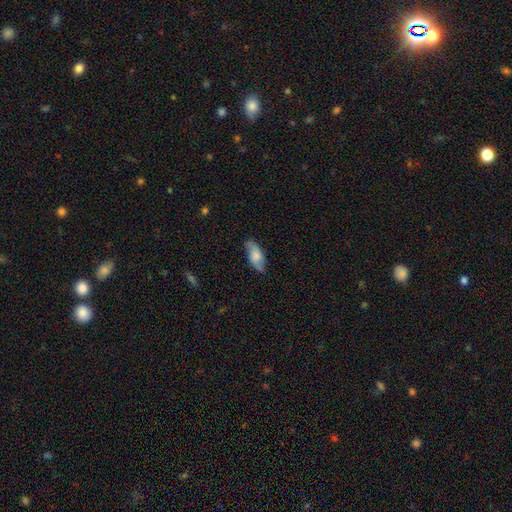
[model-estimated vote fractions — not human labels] Smooth or featured? smooth (67%)
How rounded? in between (86%)
Merging? none (76%)